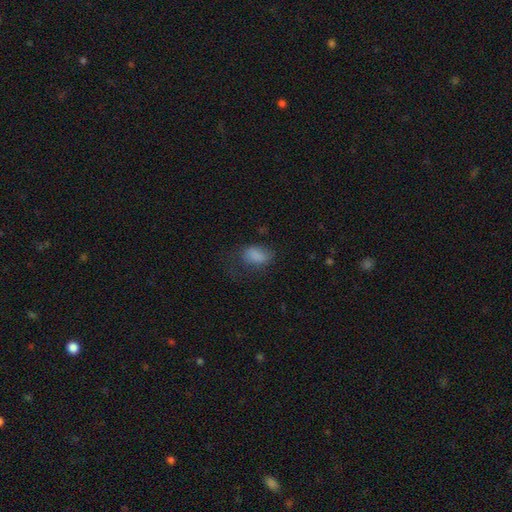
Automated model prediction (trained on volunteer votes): This appears to be a smooth galaxy with no disk features (80%) that is in between round and cigar-shaped (89%). Merging: none (44%).